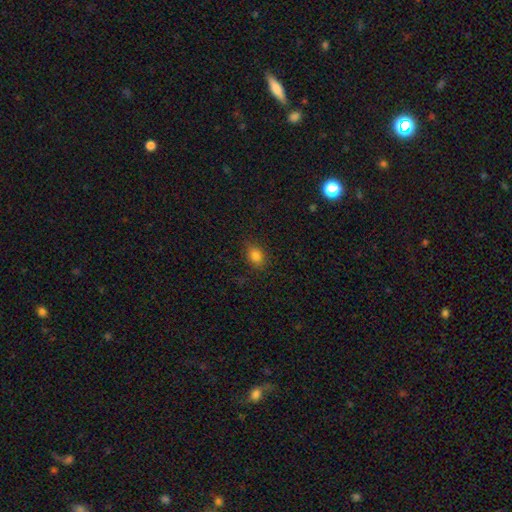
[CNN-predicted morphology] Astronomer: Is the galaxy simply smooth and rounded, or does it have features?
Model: smooth — 82%.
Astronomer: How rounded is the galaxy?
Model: in between — 63%.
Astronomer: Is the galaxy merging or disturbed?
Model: none — 83%.